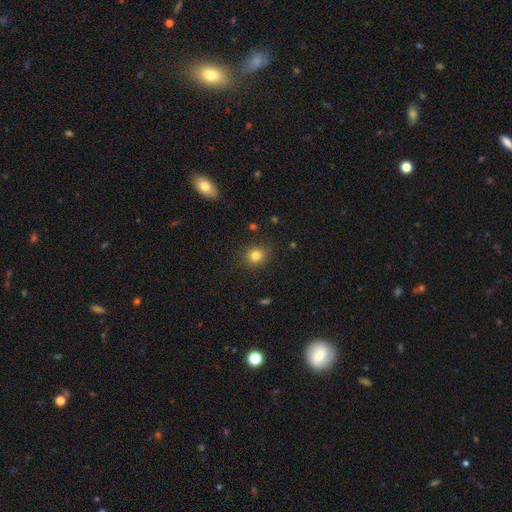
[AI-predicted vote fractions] A smooth galaxy with no disk features (82%) that is round (76%). Merging: none (87%).